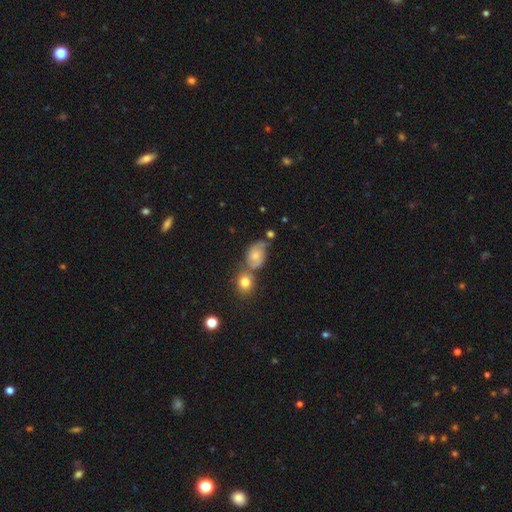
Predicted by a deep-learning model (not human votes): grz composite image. It shows a featured or disk galaxy (45%). Merging: none (42%).